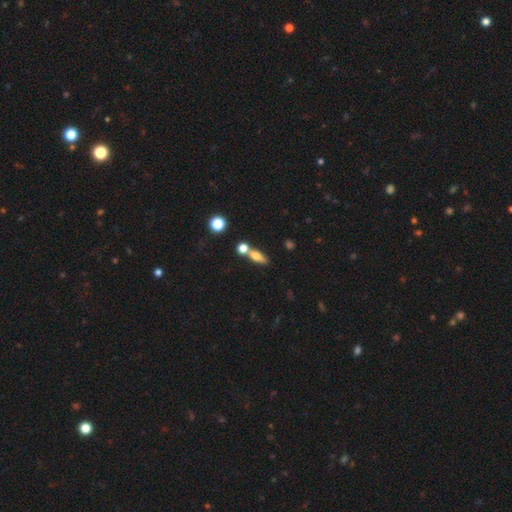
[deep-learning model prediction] Overall: smooth (67%). How rounded: in between (57%; cigar-shaped 29%). Merging: none (52%; merger 33%).